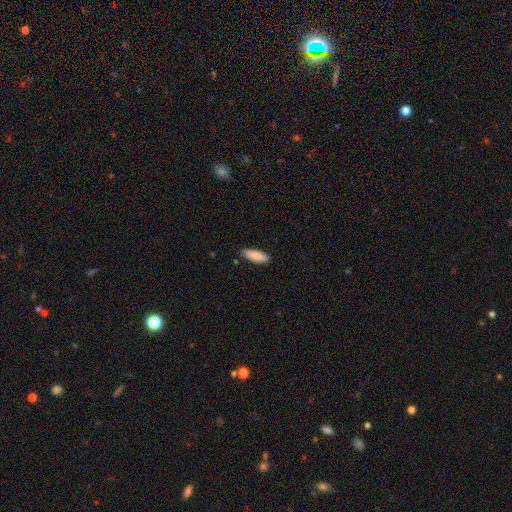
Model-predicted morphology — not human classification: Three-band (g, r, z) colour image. It shows a smooth galaxy with no disk features (88%) that is in between round and cigar-shaped (53%). Merging: none (86%).